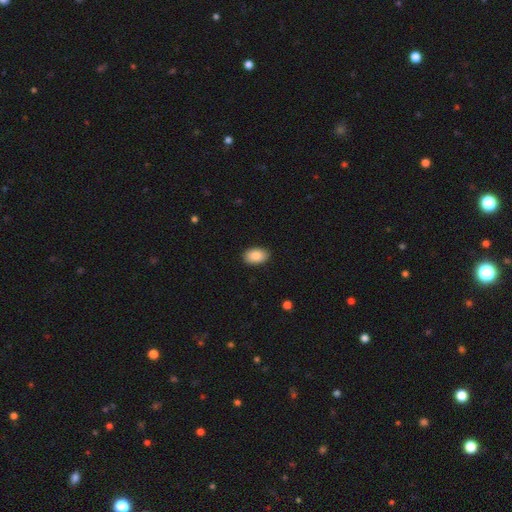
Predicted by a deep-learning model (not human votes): The model was most divided on "smooth or featured": smooth: 88%, star or artifact: 7%, featured or disk: 5%. More confident: how rounded — in between (91%); merging — none (89%).